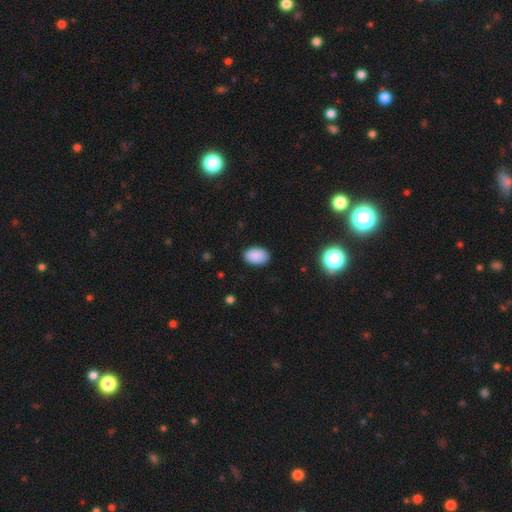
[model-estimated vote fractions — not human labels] Overall: smooth (89%). How rounded: in between (89%). Merging: none (87%).